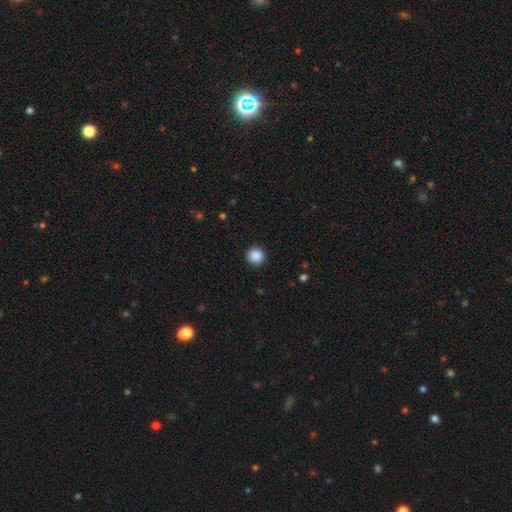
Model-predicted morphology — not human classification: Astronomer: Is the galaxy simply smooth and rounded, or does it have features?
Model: smooth — 88%.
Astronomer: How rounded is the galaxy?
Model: round — 95%.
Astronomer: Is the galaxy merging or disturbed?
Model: none — 92%.